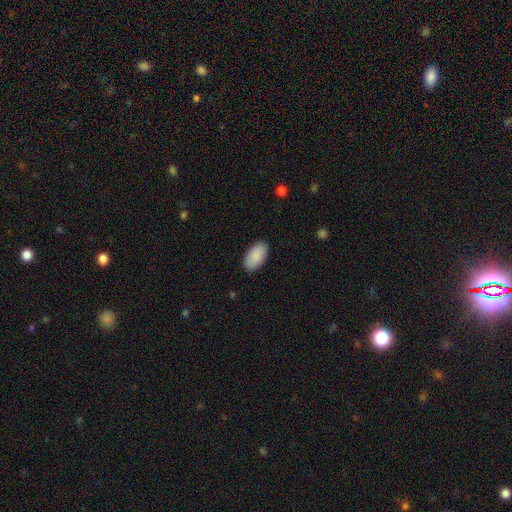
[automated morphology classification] smooth_or_featured: smooth (p=0.90) [alt: star or artifact p=0.06]
how_rounded: in between (p=0.96) [alt: round p=0.02]
merging: none (p=0.88) [alt: minor disturbance p=0.09]